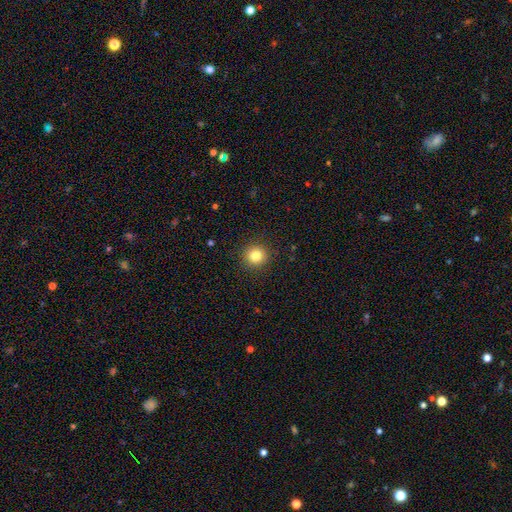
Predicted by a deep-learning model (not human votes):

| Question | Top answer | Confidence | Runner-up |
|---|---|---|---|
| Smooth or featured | smooth | 82% | star or artifact (12%) |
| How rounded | round | 93% | in between (6%) |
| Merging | none | 92% | minor disturbance (5%) |